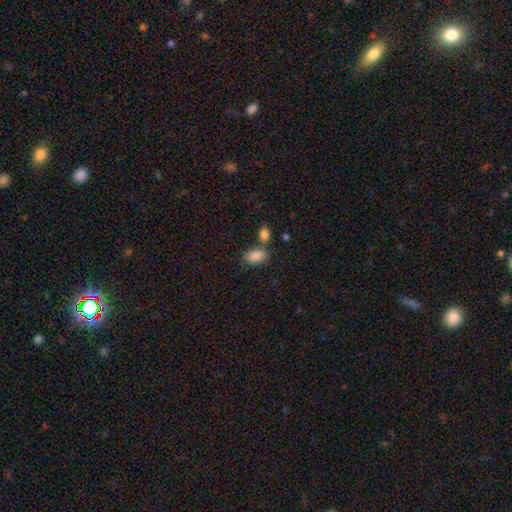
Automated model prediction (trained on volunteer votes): Smooth or featured: smooth — 86% (star or artifact — 8%)
How rounded: in between — 91% (round — 7%)
Merging: none — 64% (merger — 19%)